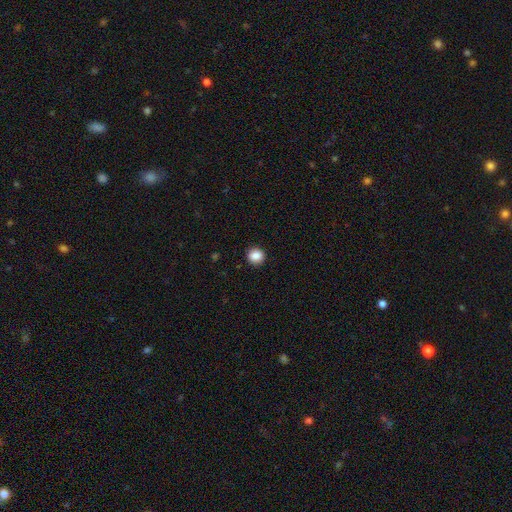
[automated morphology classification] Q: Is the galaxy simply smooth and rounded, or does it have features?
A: smooth — 87%.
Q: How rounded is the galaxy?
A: round — 88%.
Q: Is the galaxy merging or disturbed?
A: none — 91%.